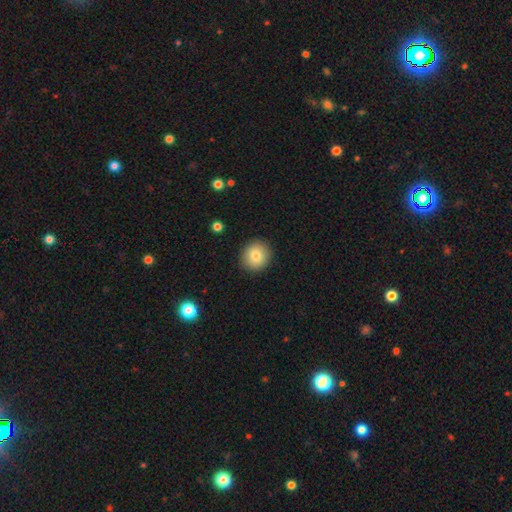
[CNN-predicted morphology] Smooth or featured? Predicted: smooth (p=0.80). How rounded? Predicted: round (p=0.86). Merging? Predicted: none (p=0.91).